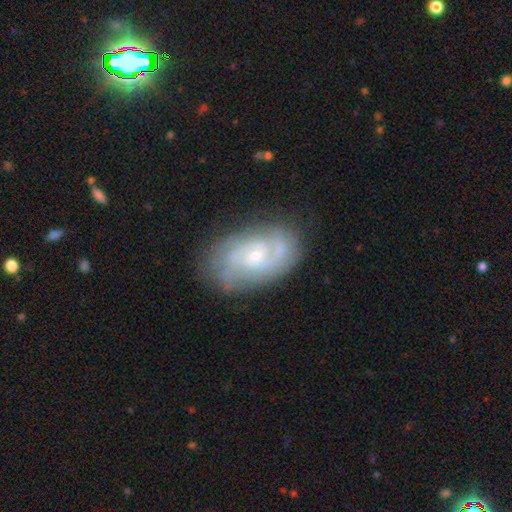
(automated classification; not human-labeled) A featured or disk galaxy (86%) with no bar (61%), 2 (61%) tight (52%) spiral arms (96%) and a small central bulge (68%). Merging: none (77%).